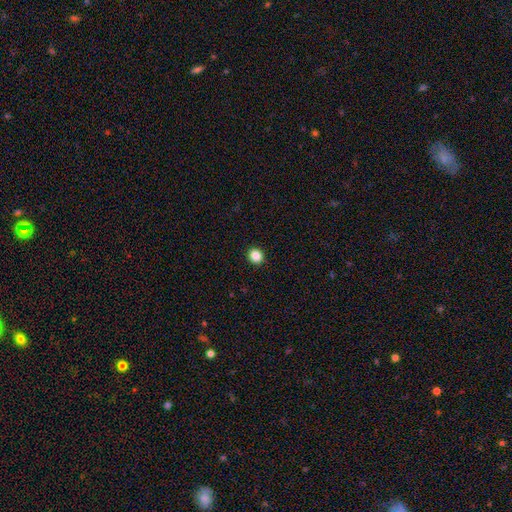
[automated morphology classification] A smooth galaxy with no disk features (87%) that is round (86%). Merging: none (93%).